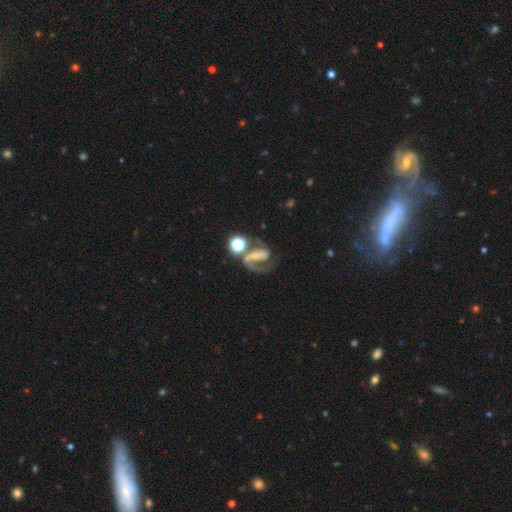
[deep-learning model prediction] A featured or disk galaxy (80%) with a strong bar (41%), 2 (70%) medium (52%) spiral arms (93%) and a small central bulge (53%).

Vote fractions:
- Smooth or featured? featured or disk: 80% / smooth: 11% / star or artifact: 9%
- Edge-on disk? no: 97% / yes: 3%
- Bar? strong: 41% / weak: 34% / no: 25%
- Spiral arms? yes: 93% / no: 7%
- Spiral winding? medium: 52% / loose: 29% / tight: 19%
- Spiral arm count? 2: 70% / 1: 23% / can't tell: 3% / 3: 1% / 4: 1% / more than 4: 1%
- Bulge size? small: 53% / moderate: 30% / none: 9% / large: 5% / dominant: 2%
- Merging? none: 46% / major disturbance: 22% / merger: 16% / minor disturbance: 16%